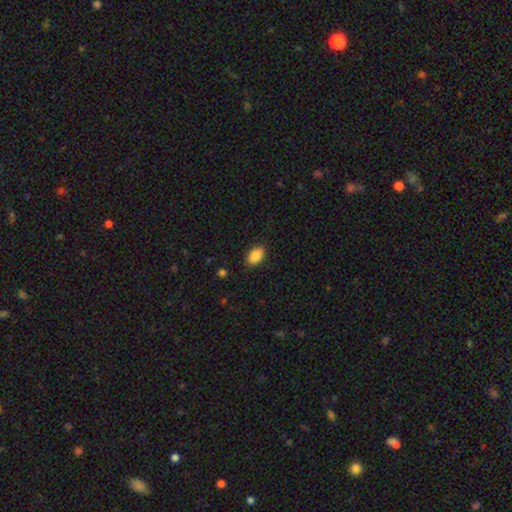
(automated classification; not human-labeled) Q: Smooth or featured?
A: smooth (89%); runner-up: star or artifact (7%)
Q: How rounded?
A: in between (91%); runner-up: round (7%)
Q: Merging?
A: none (88%); runner-up: minor disturbance (9%)